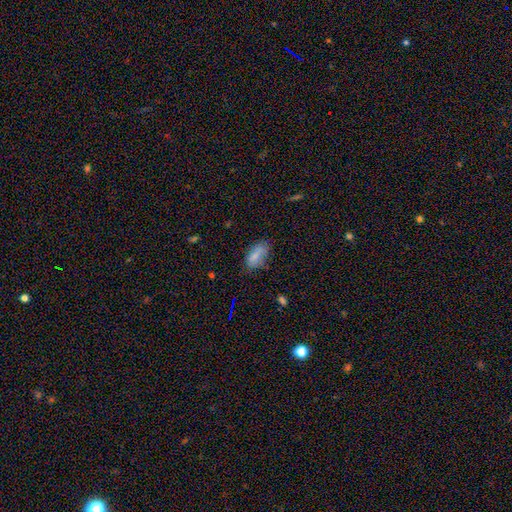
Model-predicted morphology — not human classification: smooth_or_featured: smooth (p=0.78) [alt: featured or disk p=0.12]
how_rounded: in between (p=0.91) [alt: cigar-shaped p=0.05]
merging: none (p=0.62) [alt: minor disturbance p=0.27]